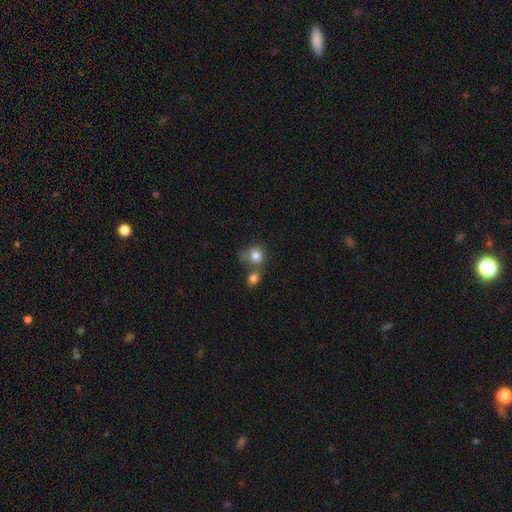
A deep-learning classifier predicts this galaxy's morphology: Overall: smooth (80%). How rounded: round (75%). Merging: merger (46%; none 34%).